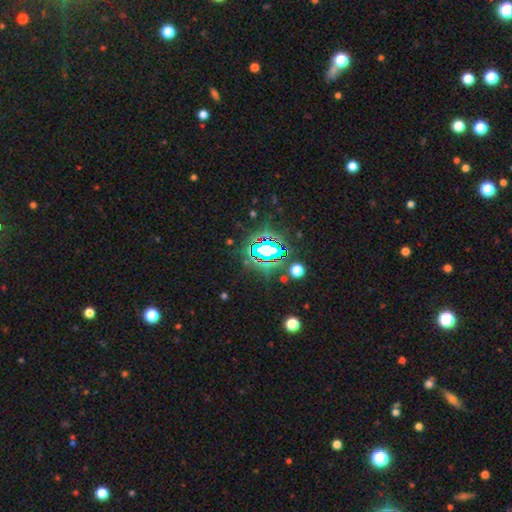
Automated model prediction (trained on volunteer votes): Q: Smooth or featured?
A: star or artifact (81%); runner-up: smooth (11%)